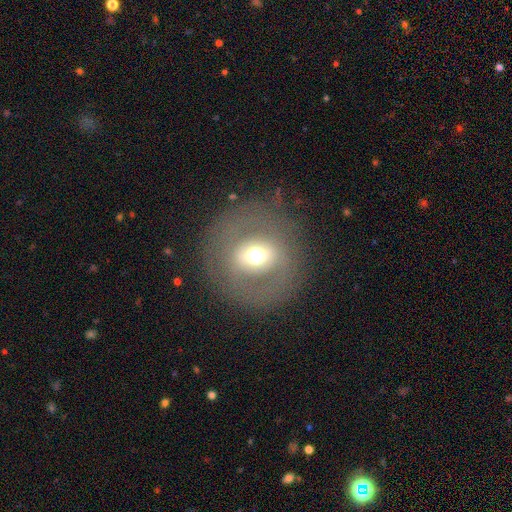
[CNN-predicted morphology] smooth-or-featured: smooth: 47% | featured or disk: 39% | star or artifact: 14%
  merging: none: 79% | major disturbance: 10% | minor disturbance: 10% | merger: 2%